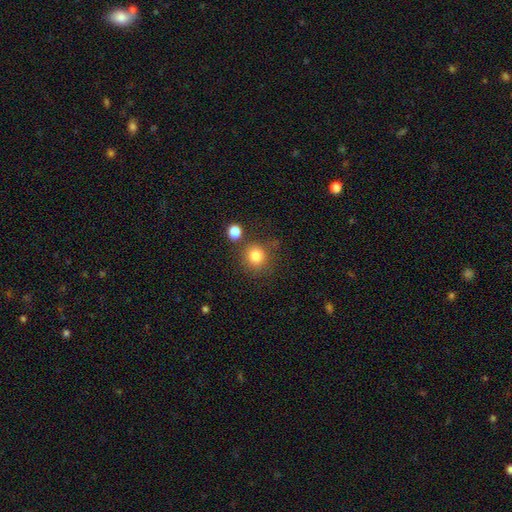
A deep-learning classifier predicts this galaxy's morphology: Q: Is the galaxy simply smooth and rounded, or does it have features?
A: smooth — 82%.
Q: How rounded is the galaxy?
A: round — 89%.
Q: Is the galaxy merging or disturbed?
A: none — 74%.